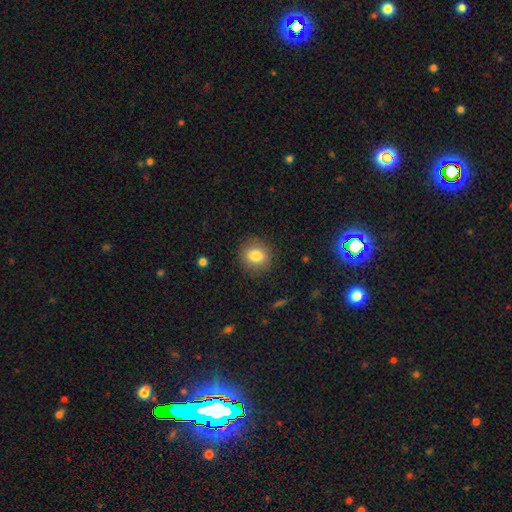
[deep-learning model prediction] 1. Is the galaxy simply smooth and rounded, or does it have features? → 81% smooth, 10% featured or disk, 9% star or artifact.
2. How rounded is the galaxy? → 78% round, 21% in between, 1% cigar-shaped.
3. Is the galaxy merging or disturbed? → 87% none, 9% minor disturbance, 3% major disturbance, 1% merger.